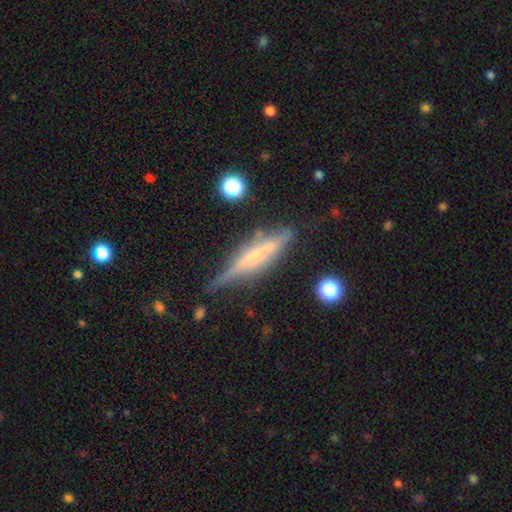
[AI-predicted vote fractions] A featured or disk galaxy (68%) viewed edge-on (95%) with a rounded central bulge (47%). Merging: none (74%).